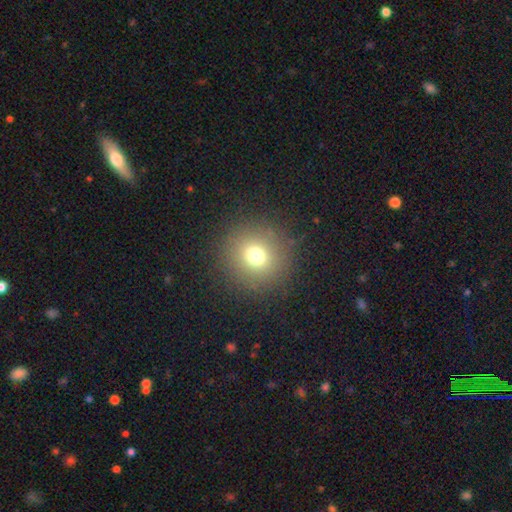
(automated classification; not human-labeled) smooth 71%, star or artifact 19%, featured or disk 10%. Down the decision tree: how rounded — round (94%); merging — none (89%).